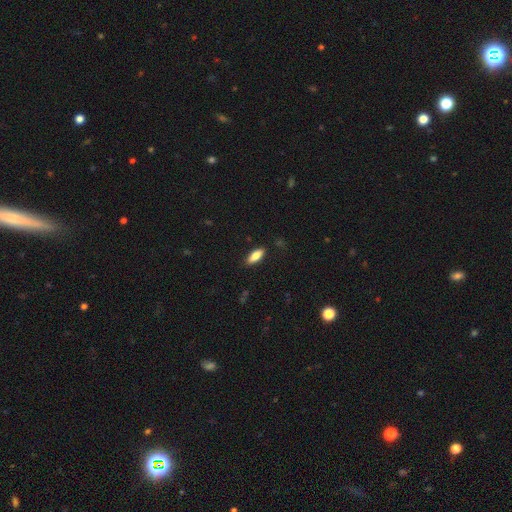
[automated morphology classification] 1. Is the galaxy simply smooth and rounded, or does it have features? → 81% smooth, 12% featured or disk, 7% star or artifact.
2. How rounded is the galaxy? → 68% in between, 30% cigar-shaped, 2% round.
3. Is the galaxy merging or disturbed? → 86% none, 10% minor disturbance, 2% major disturbance, 1% merger.